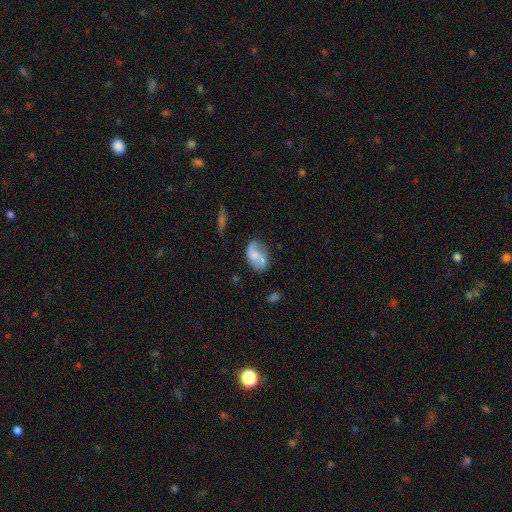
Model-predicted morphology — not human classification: type=smooth (48%); merging=none (52%).